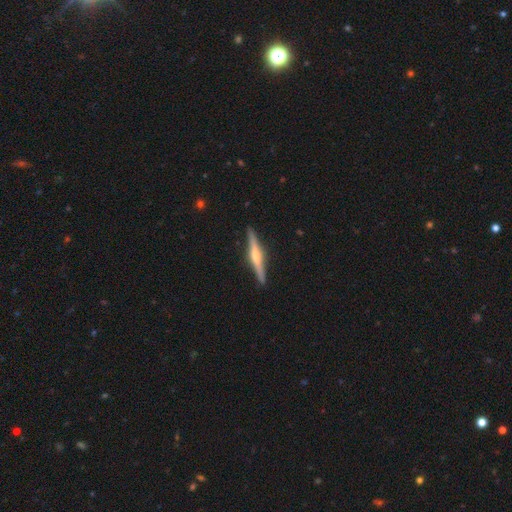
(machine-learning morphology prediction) This is likely a featured or disk galaxy (78%). It is clearly viewed edge-on (98%). Edge-on bulge: clearly rounded (89%). Merging: clearly none (91%).